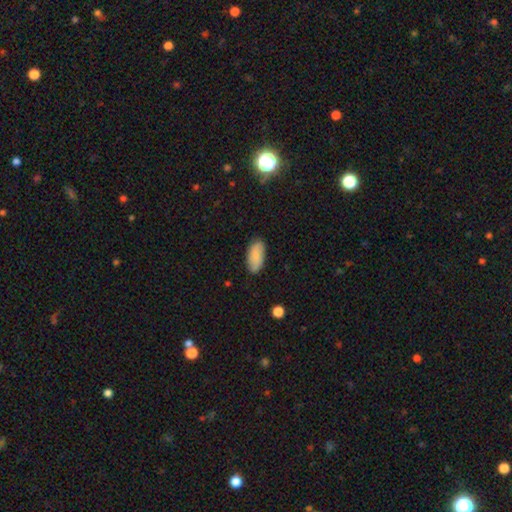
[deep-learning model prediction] Smooth or featured? Predicted: smooth (p=0.83). How rounded? Predicted: in between (p=0.92). Merging? Predicted: none (p=0.86).